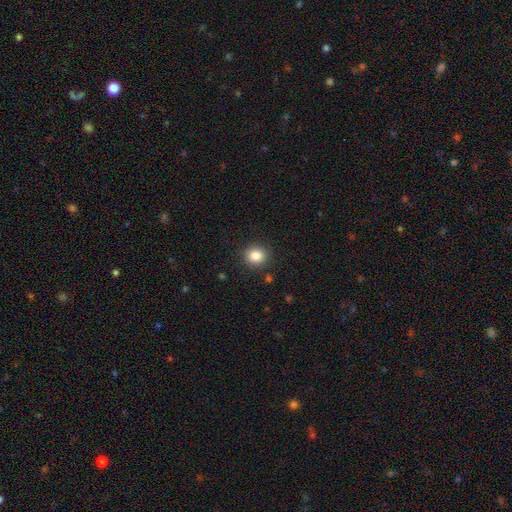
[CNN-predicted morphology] Smooth or featured? smooth (85%)
How rounded? round (85%)
Merging? none (90%)